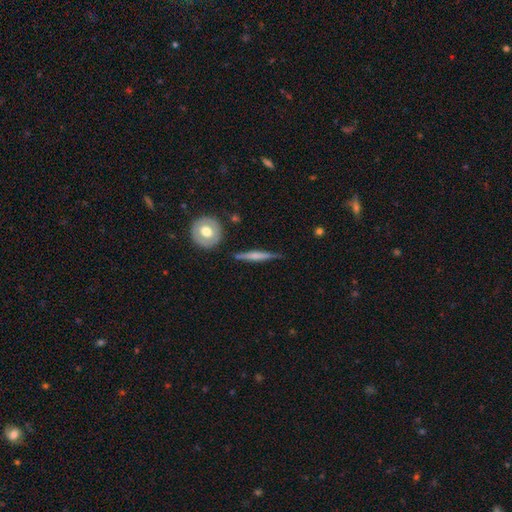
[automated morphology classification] This appears to be a featured or disk galaxy (57%) viewed edge-on (95%) with a rounded central bulge (55%). Merging: none (81%).